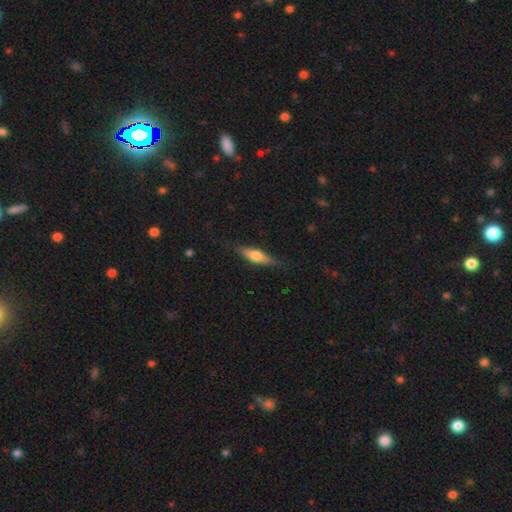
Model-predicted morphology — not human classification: The model was most divided on "smooth or featured": featured or disk: 48%, smooth: 46%, star or artifact: 6%. More confident: merging — none (84%).